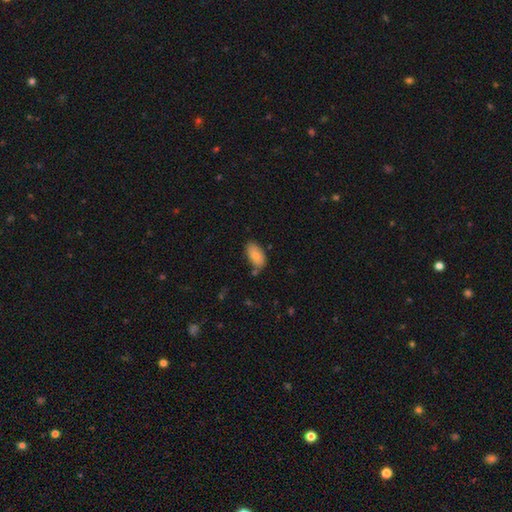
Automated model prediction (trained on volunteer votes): The model was most divided on "merging": none: 72%, minor disturbance: 18%, merger: 7%, major disturbance: 3%. More confident: how rounded — in between (94%); smooth or featured — smooth (85%).